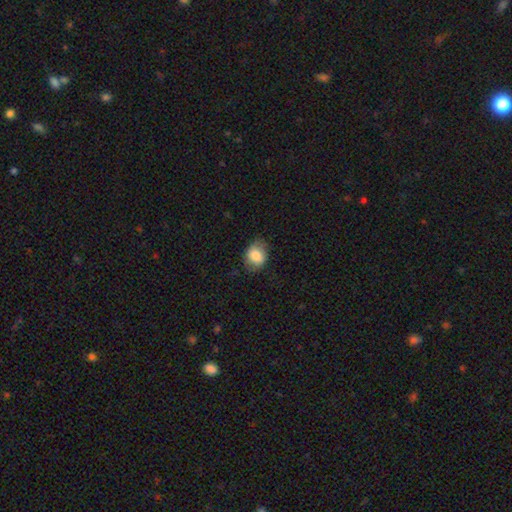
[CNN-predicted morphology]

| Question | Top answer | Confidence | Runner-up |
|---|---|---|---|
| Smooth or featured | smooth | 79% | featured or disk (13%) |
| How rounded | in between | 61% | round (38%) |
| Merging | none | 73% | minor disturbance (20%) |